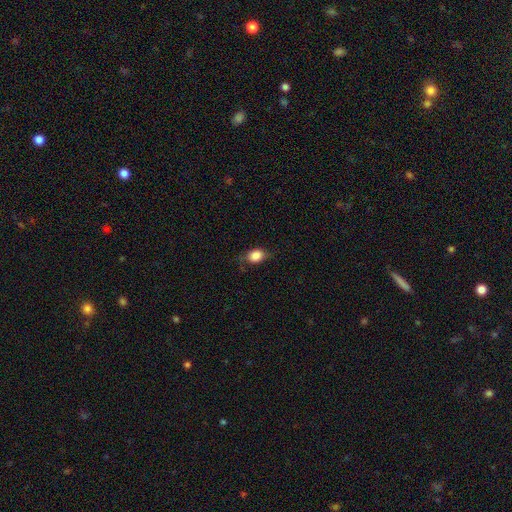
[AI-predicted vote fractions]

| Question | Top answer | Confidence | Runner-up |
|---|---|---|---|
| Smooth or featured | smooth | 81% | featured or disk (11%) |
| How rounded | in between | 54% | round (44%) |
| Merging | none | 63% | minor disturbance (27%) |